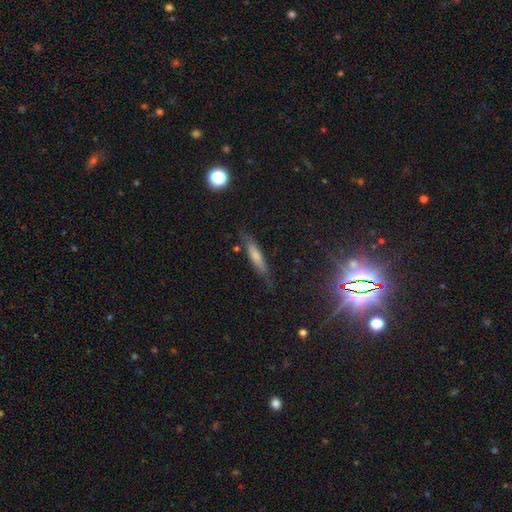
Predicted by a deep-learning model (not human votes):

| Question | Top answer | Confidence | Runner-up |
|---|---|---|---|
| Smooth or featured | smooth | 59% | featured or disk (32%) |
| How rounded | cigar-shaped | 83% | in between (14%) |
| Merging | none | 74% | minor disturbance (19%) |